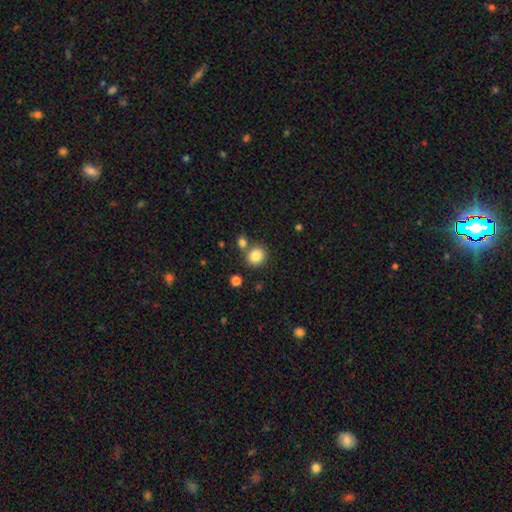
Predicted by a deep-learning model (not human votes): Overall: smooth (83%). How rounded: round (85%). Merging: none (72%).